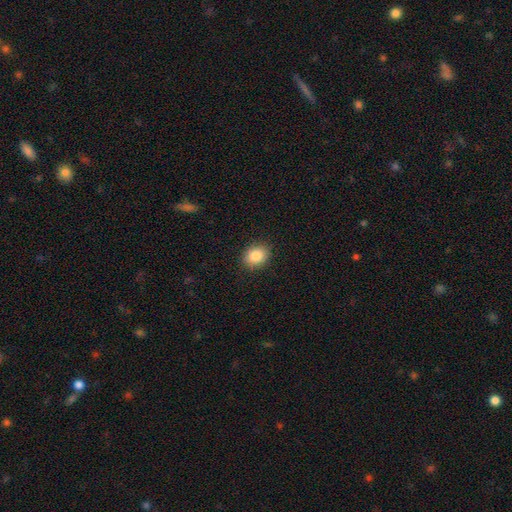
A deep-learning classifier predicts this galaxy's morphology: type=smooth (86%); roundness=in between (52%); merging=none (88%).